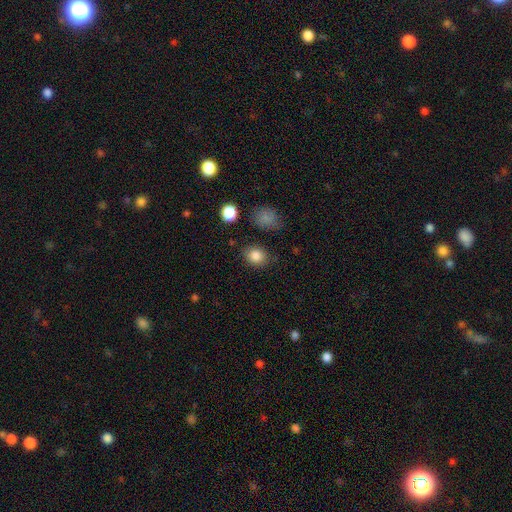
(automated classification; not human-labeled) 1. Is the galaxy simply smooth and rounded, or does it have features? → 84% smooth, 10% star or artifact, 5% featured or disk.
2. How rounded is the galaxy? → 55% round, 44% in between, 1% cigar-shaped.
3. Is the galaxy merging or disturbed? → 80% none, 13% minor disturbance, 4% major disturbance, 3% merger.